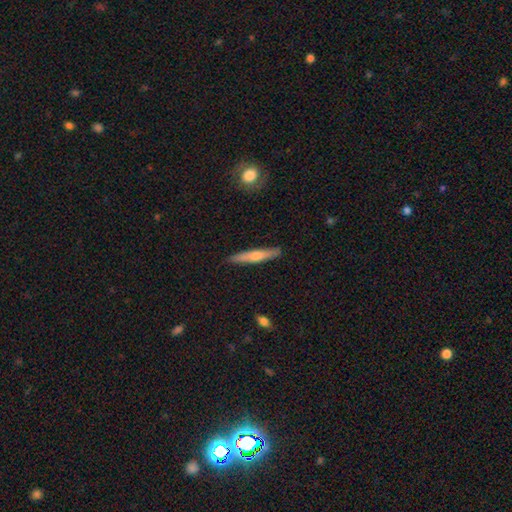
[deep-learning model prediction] featured or disk 48%, smooth 45%, star or artifact 7%. Down the decision tree: merging — none (90%).